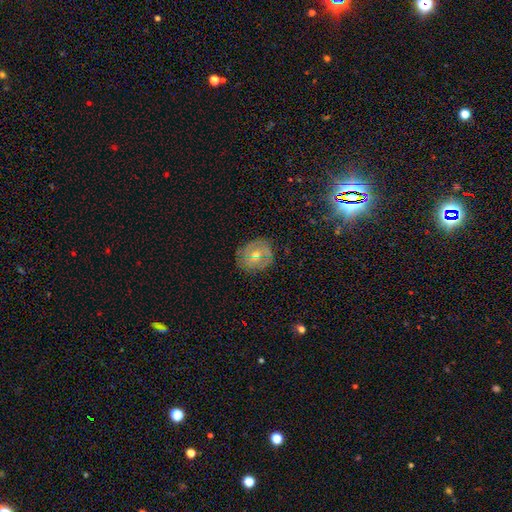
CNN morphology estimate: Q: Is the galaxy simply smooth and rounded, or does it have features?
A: featured or disk — 58%.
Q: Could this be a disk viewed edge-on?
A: no — 95%.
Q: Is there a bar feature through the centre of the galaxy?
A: no — 59%.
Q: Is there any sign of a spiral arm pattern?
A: yes — 66%.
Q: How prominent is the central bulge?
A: moderate — 54%.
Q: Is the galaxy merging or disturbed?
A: none — 78%.